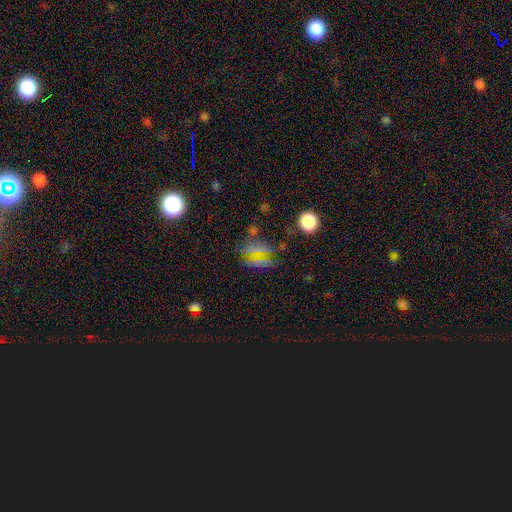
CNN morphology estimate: type=smooth (46%); merging=none (62%).